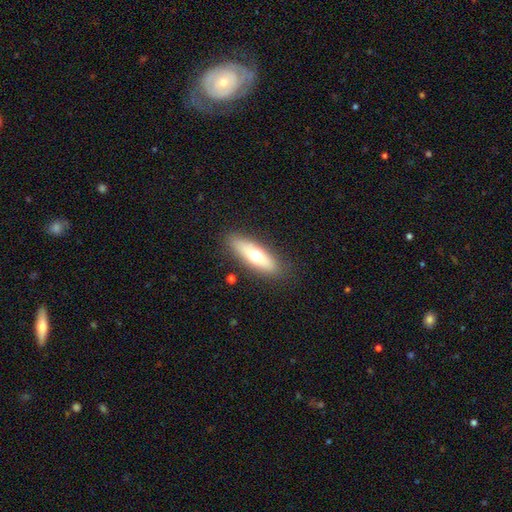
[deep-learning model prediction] smooth_or_featured: smooth (p=0.57) [alt: featured or disk p=0.36]
how_rounded: cigar-shaped (p=0.50) [alt: in between p=0.47]
merging: none (p=0.86) [alt: minor disturbance p=0.10]